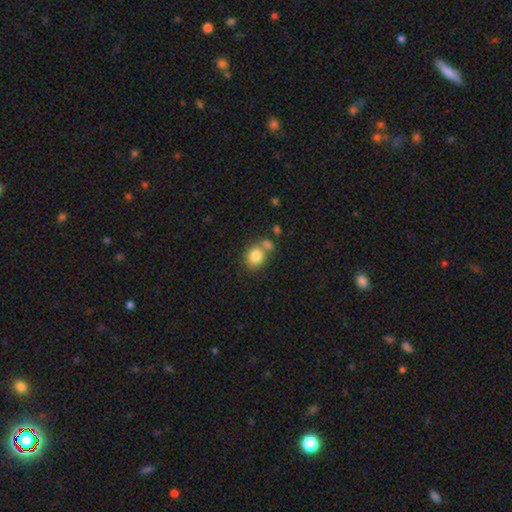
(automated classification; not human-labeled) A smooth galaxy with no disk features (83%) that is round (65%).

Vote fractions:
- Smooth or featured? smooth: 83% / star or artifact: 9% / featured or disk: 8%
- How rounded? round: 65% / in between: 34% / cigar-shaped: 1%
- Merging? none: 52% / merger: 30% / minor disturbance: 13% / major disturbance: 5%